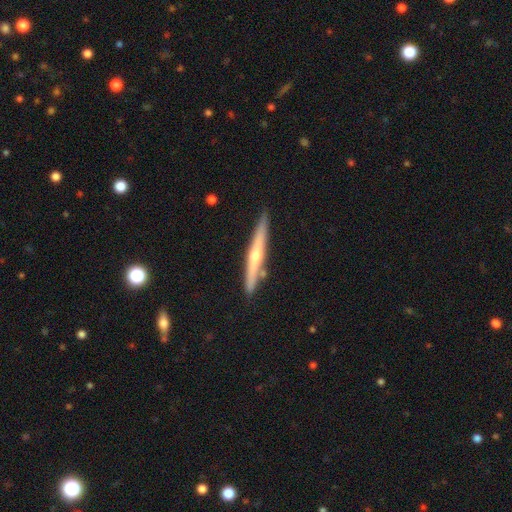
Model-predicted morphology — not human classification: The model was most divided on "smooth or featured": featured or disk: 63%, smooth: 31%, star or artifact: 6%. More confident: edge-on disk — yes (96%); merging — none (84%); edge-on bulge — rounded (81%).